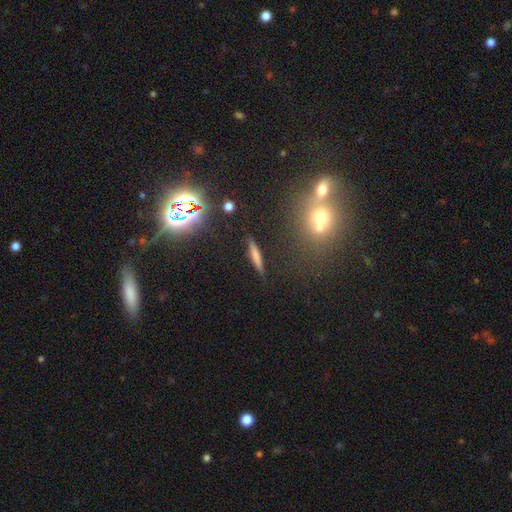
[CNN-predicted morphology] Smooth or featured? Predicted: smooth (p=0.64). How rounded? Predicted: cigar-shaped (p=0.90). Merging? Predicted: none (p=0.85).